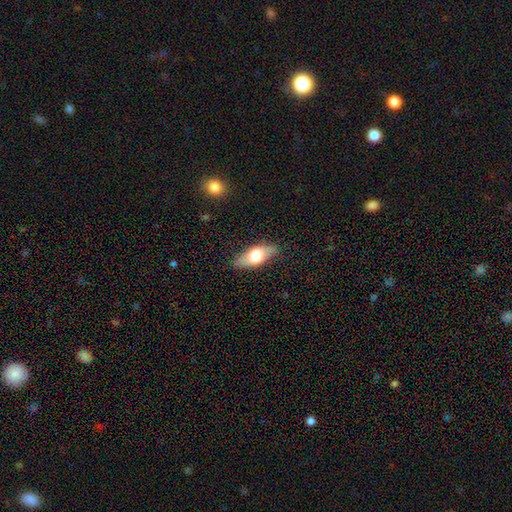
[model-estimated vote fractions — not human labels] Smooth or featured?
  - smooth: 61% *
  - featured or disk: 33%
  - star or artifact: 6%
How rounded?
  - in between: 78% *
  - cigar-shaped: 18%
  - round: 4%
Merging?
  - none: 86% *
  - minor disturbance: 11%
  - major disturbance: 2%
  - merger: 1%